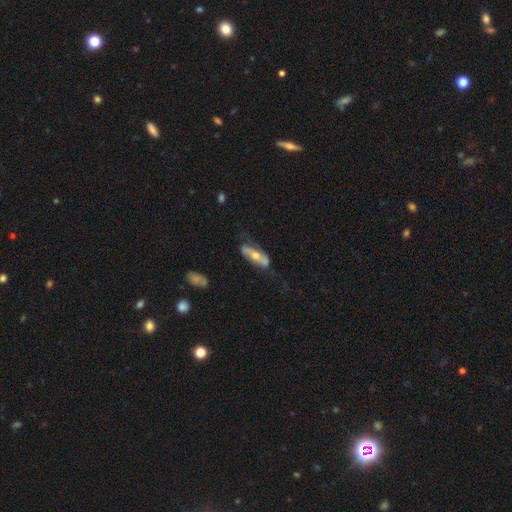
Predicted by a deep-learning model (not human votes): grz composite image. It shows a featured or disk galaxy (59%). Merging: none (61%).